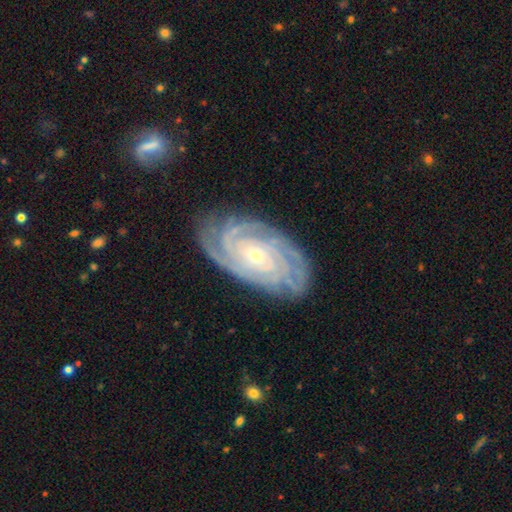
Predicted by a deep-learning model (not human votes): featured or disk 90%, star or artifact 5%, smooth 5%. Down the decision tree: edge-on disk — no (96%); bar — no (68%); spiral arms — yes (98%); spiral arm count — 4 (31%); spiral winding — tight (83%); bulge size — small (73%); merging — none (80%).